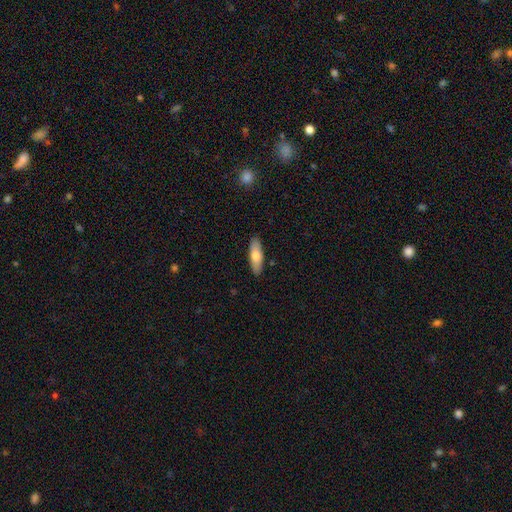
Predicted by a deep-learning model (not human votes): This appears to be a smooth galaxy with no disk features (72%) that is in between round and cigar-shaped (61%). Merging: none (89%).